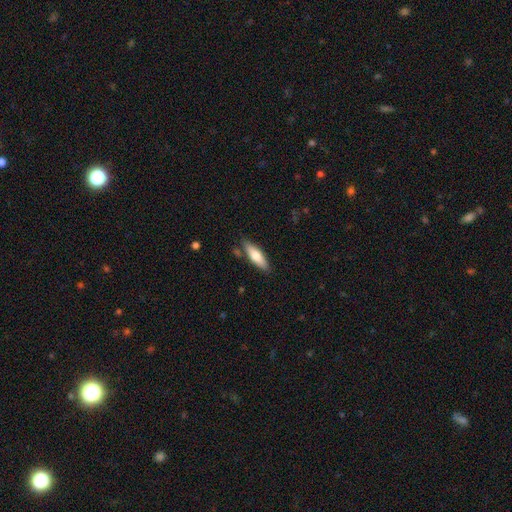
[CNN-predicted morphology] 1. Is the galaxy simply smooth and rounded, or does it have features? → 68% smooth, 26% featured or disk, 6% star or artifact.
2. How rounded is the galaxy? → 54% cigar-shaped, 44% in between, 2% round.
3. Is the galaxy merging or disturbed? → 80% none, 13% minor disturbance, 4% merger, 3% major disturbance.